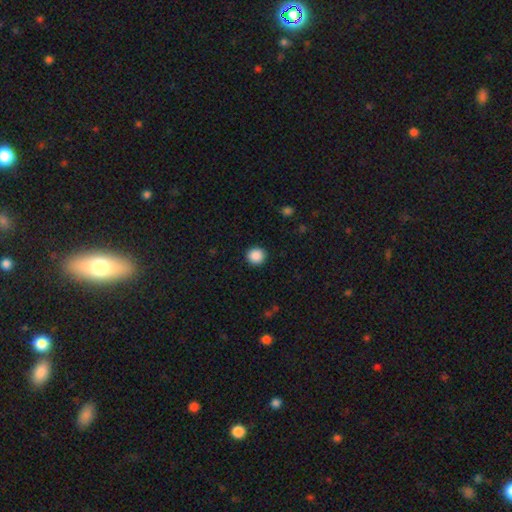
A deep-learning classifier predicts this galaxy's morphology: A smooth galaxy with no disk features (88%) that is round (95%).

Vote fractions:
- Smooth or featured? smooth: 88% / star or artifact: 9% / featured or disk: 3%
- How rounded? round: 95% / in between: 4% / cigar-shaped: 1%
- Merging? none: 93% / minor disturbance: 5% / major disturbance: 2% / merger: 1%